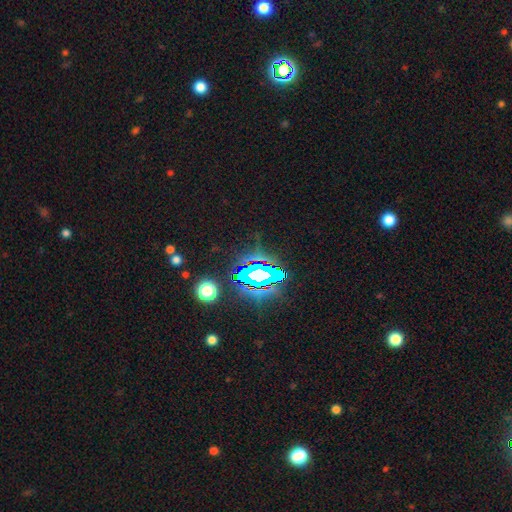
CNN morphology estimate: Smooth or featured? Predicted: star or artifact (p=0.75).